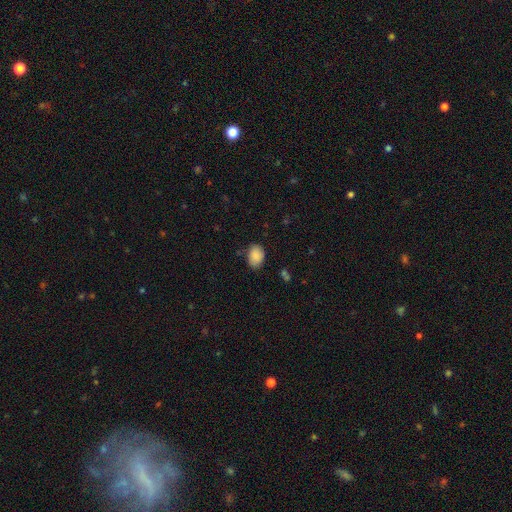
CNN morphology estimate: Q: Smooth or featured?
A: smooth (87%); runner-up: star or artifact (8%)
Q: How rounded?
A: in between (78%); runner-up: round (21%)
Q: Merging?
A: none (75%); runner-up: minor disturbance (19%)